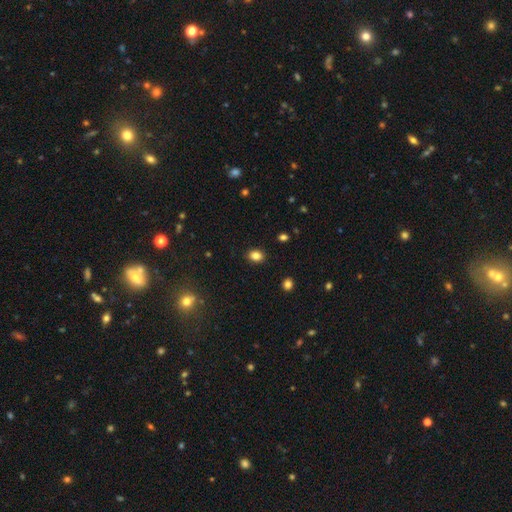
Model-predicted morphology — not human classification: A smooth galaxy with no disk features (84%) that is in between round and cigar-shaped (60%). Merging: none (89%).